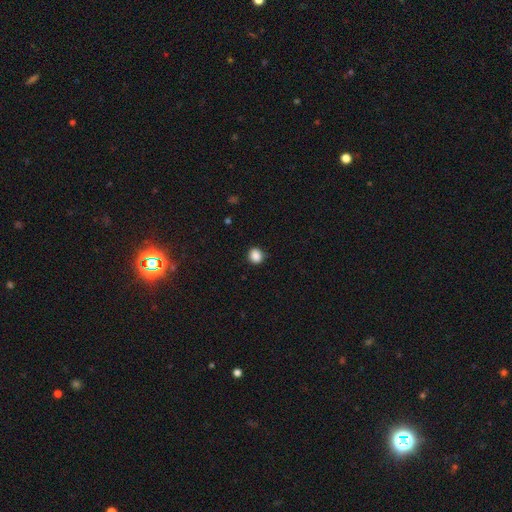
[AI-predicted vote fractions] The model was most divided on "how rounded": round: 75%, in between: 24%, cigar-shaped: 1%. More confident: smooth or featured — smooth (87%); merging — none (86%).